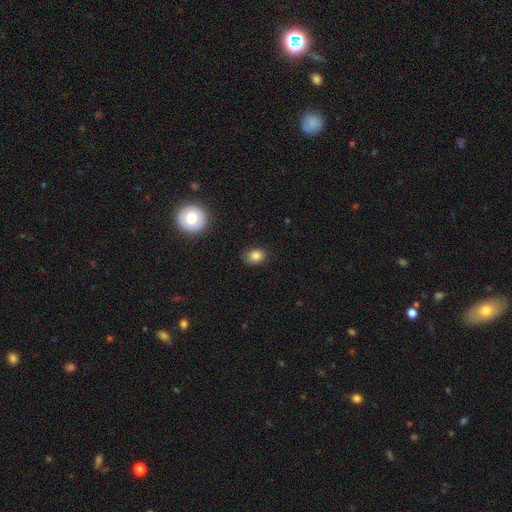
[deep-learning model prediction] Overall: smooth (82%). How rounded: in between (67%; round 32%). Merging: none (75%).